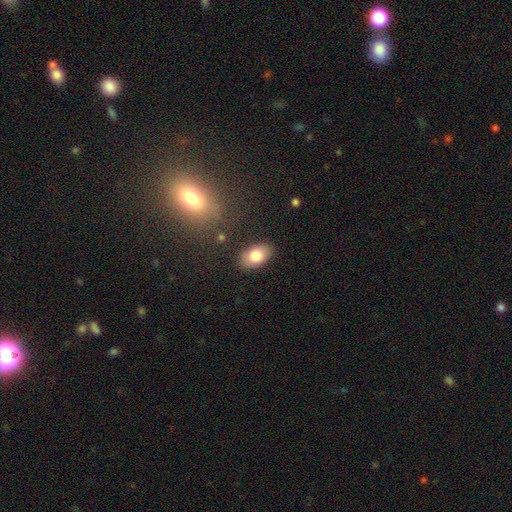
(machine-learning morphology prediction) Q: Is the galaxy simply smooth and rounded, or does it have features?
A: smooth — 81%.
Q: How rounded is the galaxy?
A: in between — 91%.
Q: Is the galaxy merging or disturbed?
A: none — 86%.